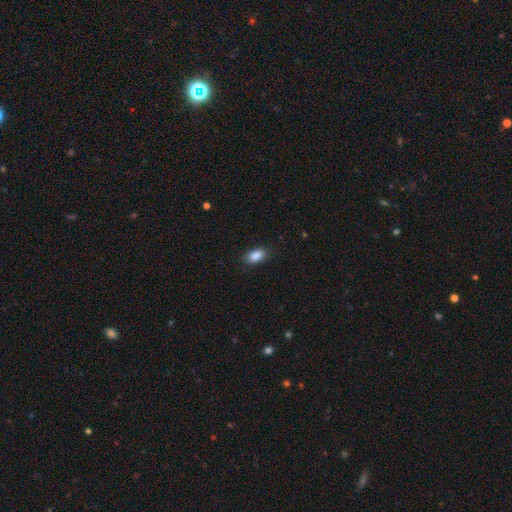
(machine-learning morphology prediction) Smooth or featured: smooth — 88% (star or artifact — 8%)
How rounded: in between — 91% (round — 6%)
Merging: none — 87% (minor disturbance — 10%)